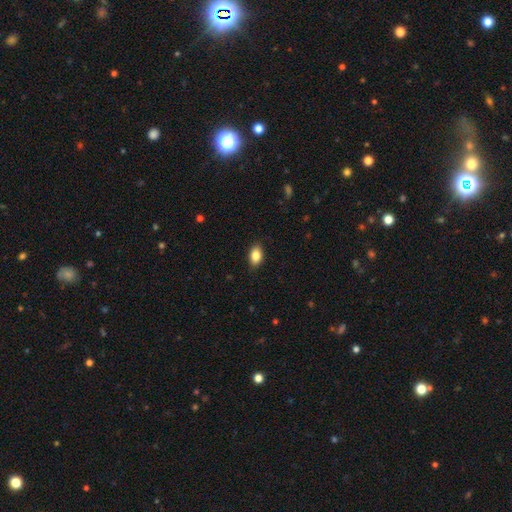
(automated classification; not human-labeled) smooth 85%, star or artifact 8%, featured or disk 7%. Down the decision tree: how rounded — in between (85%); merging — none (88%).